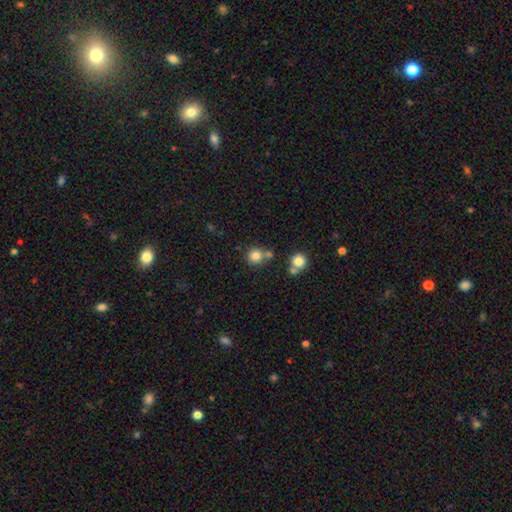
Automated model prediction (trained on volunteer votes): smooth_or_featured: smooth (p=0.81) [alt: star or artifact p=0.12]
how_rounded: round (p=0.92) [alt: in between p=0.07]
merging: none (p=0.68) [alt: merger p=0.19]